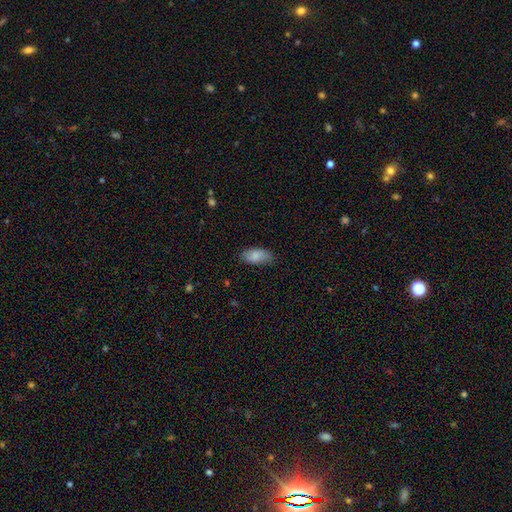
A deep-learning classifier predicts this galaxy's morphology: Q: Smooth or featured?
A: smooth (83%); runner-up: featured or disk (11%)
Q: How rounded?
A: in between (91%); runner-up: cigar-shaped (6%)
Q: Merging?
A: none (74%); runner-up: minor disturbance (21%)